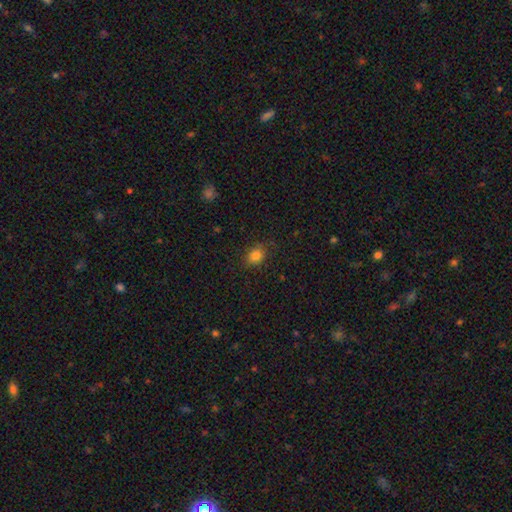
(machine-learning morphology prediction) This is clearly a smooth galaxy (82%). How rounded: possibly round (57%). Merging: clearly none (83%).